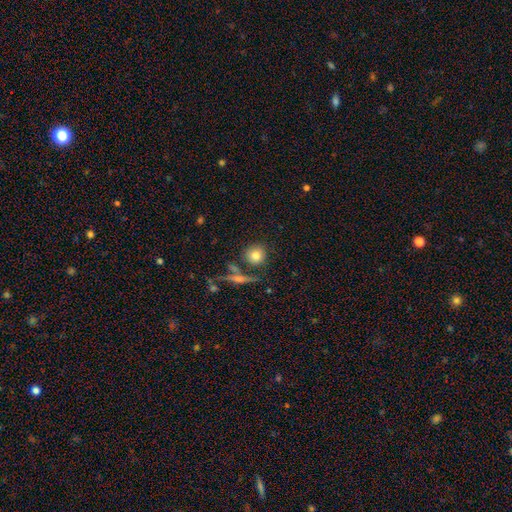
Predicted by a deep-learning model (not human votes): Morphology: type=smooth (76%); roundness=round (89%); merging=none (76%).